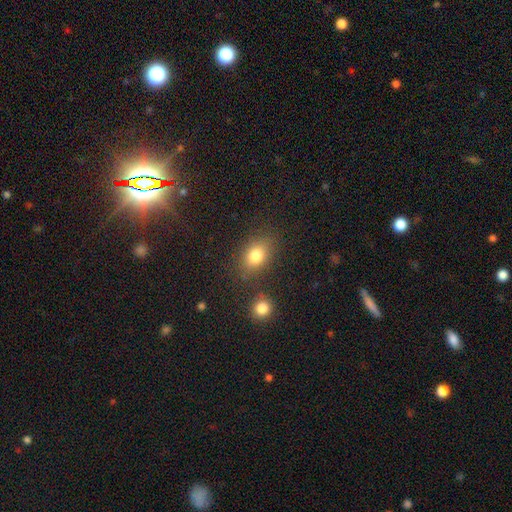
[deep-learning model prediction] Smooth or featured?
  - smooth: 80% *
  - star or artifact: 11%
  - featured or disk: 9%
How rounded?
  - in between: 70% *
  - round: 28%
  - cigar-shaped: 2%
Merging?
  - none: 76% *
  - minor disturbance: 13%
  - merger: 7%
  - major disturbance: 4%